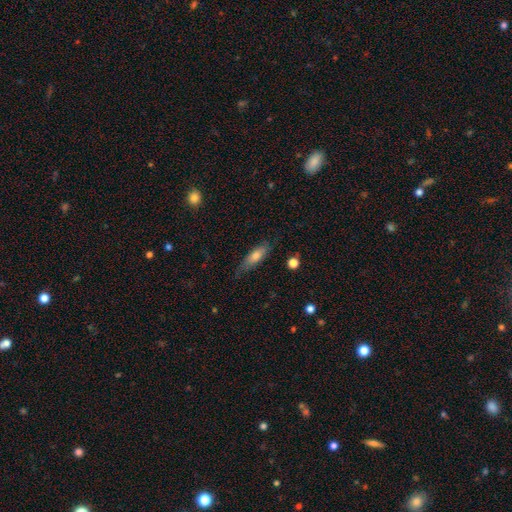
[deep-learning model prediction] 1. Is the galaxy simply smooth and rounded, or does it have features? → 71% smooth, 22% featured or disk, 7% star or artifact.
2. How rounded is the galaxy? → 49% cigar-shaped, 48% in between, 2% round.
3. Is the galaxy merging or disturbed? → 72% none, 21% minor disturbance, 5% major disturbance, 2% merger.